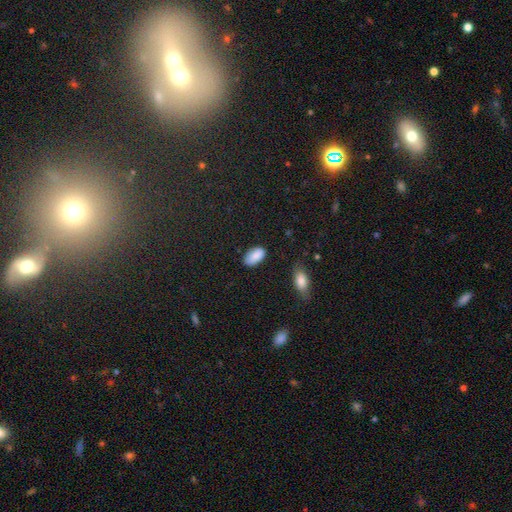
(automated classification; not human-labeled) A smooth galaxy with no disk features (88%) that is in between round and cigar-shaped (94%). Merging: none (76%).